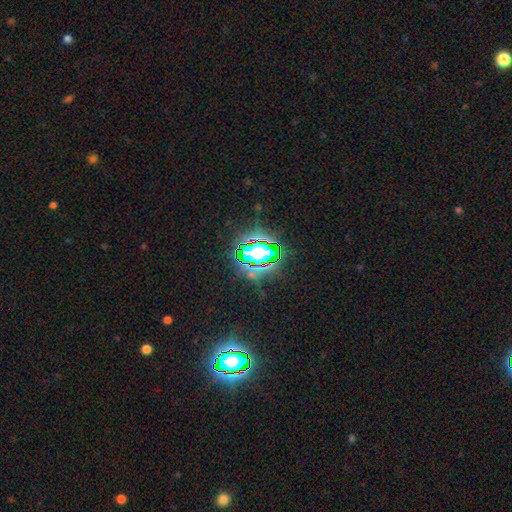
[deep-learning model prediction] Smooth or featured? star or artifact (72%)